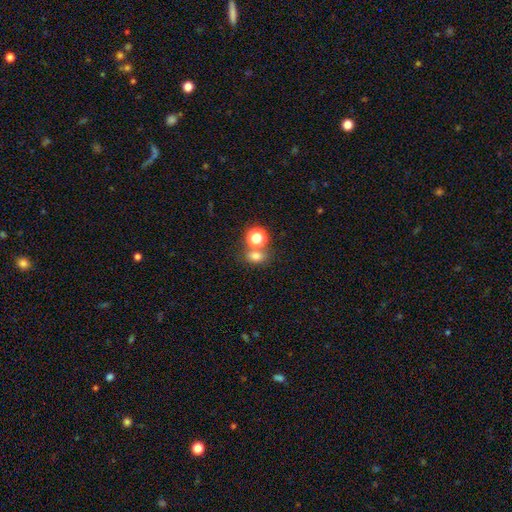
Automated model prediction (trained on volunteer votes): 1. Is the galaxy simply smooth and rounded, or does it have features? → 74% smooth, 19% star or artifact, 7% featured or disk.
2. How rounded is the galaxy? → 51% in between, 48% round, 1% cigar-shaped.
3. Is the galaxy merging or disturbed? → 61% none, 25% merger, 10% minor disturbance, 4% major disturbance.